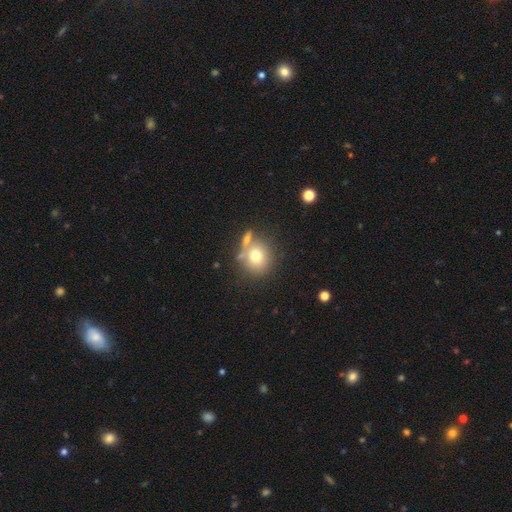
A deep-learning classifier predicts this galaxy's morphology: Smooth or featured: smooth — 72% (featured or disk — 17%)
How rounded: round — 83% (in between — 16%)
Merging: none — 61% (merger — 20%)